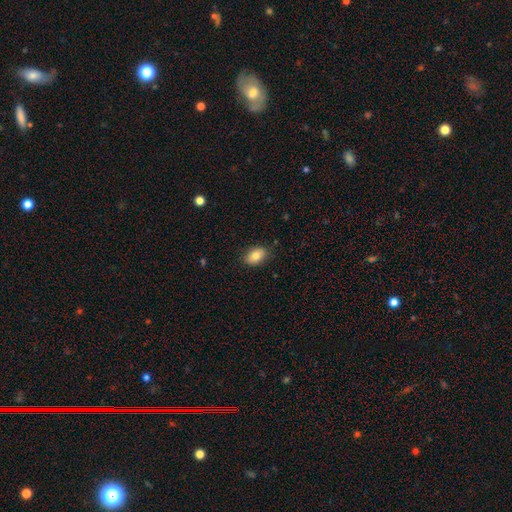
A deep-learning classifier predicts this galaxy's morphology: This appears to be a smooth galaxy with no disk features (81%) that is in between round and cigar-shaped (85%). Merging: none (86%).